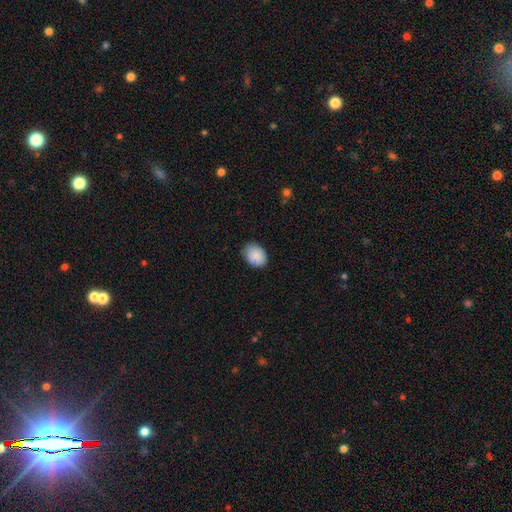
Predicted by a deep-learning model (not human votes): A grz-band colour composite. It shows a smooth galaxy with no disk features (90%) that is in between round and cigar-shaped (68%). Merging: none (81%).